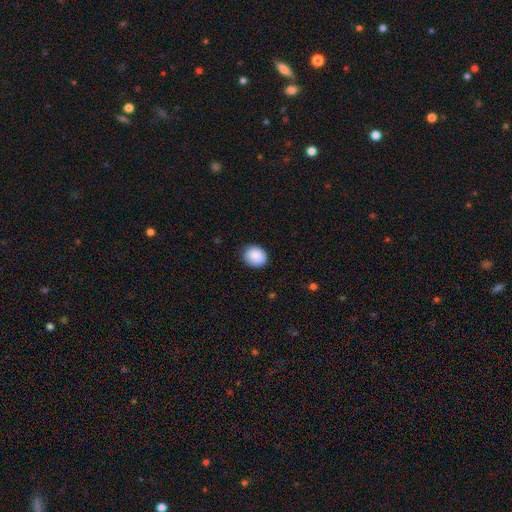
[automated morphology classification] Smooth or featured?
  - smooth: 89% *
  - star or artifact: 8%
  - featured or disk: 4%
How rounded?
  - round: 69% *
  - in between: 30%
  - cigar-shaped: 1%
Merging?
  - none: 85% *
  - minor disturbance: 12%
  - major disturbance: 2%
  - merger: 1%